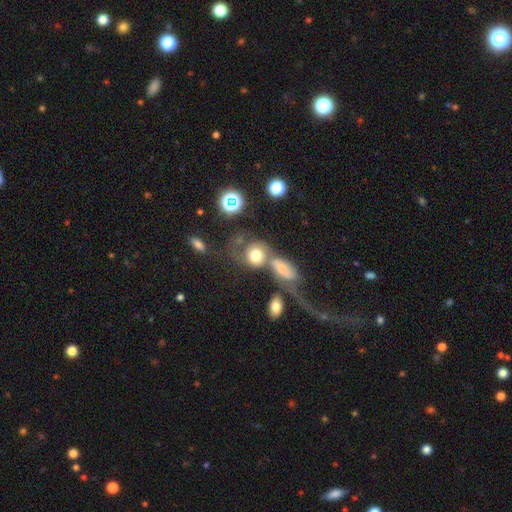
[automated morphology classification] The model was most divided on "merging": merger: 49%, none: 24%, major disturbance: 16%, minor disturbance: 11%. More confident: how rounded — round (65%); smooth or featured — smooth (62%).